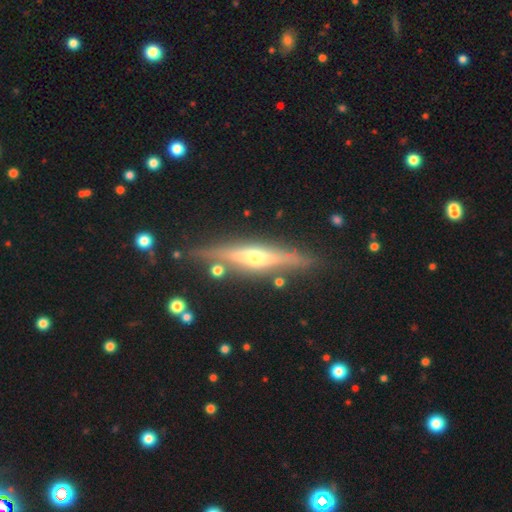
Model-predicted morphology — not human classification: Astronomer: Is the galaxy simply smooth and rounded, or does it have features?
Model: featured or disk — 71%.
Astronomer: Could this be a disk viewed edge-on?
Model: yes — 93%.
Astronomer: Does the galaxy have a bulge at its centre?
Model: rounded — 88%.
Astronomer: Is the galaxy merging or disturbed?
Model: none — 78%.